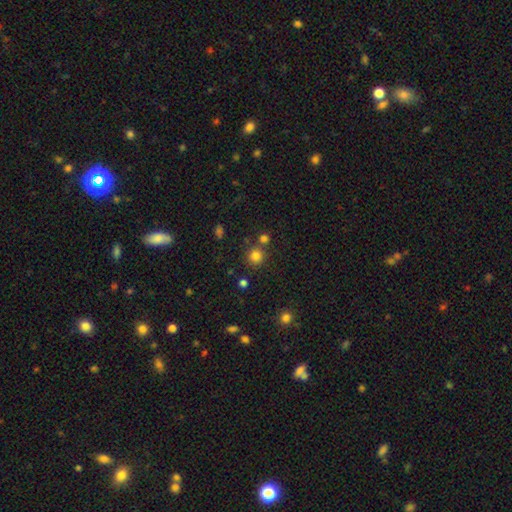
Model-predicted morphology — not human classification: Smooth or featured? Predicted: smooth (p=0.80). How rounded? Predicted: round (p=0.91). Merging? Predicted: none (p=0.75).